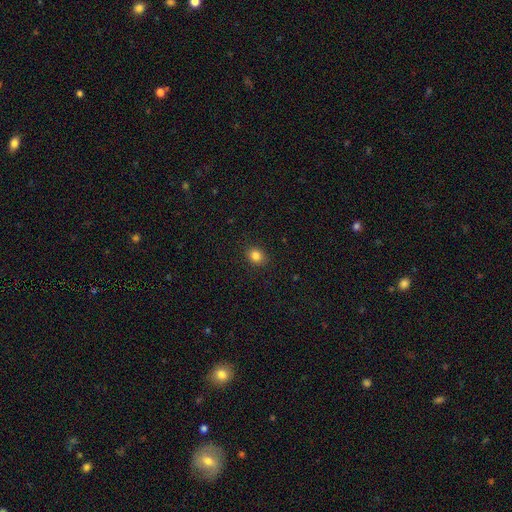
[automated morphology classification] type=smooth (84%); roundness=round (59%); merging=none (90%).